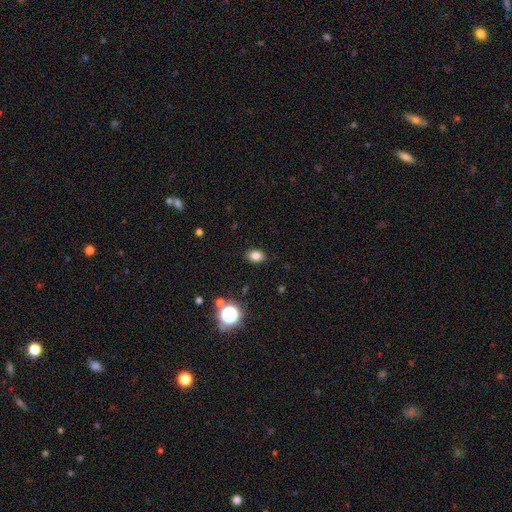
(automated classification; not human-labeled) Q: Smooth or featured?
A: smooth (82%); runner-up: star or artifact (13%)
Q: How rounded?
A: in between (76%); runner-up: round (23%)
Q: Merging?
A: none (87%); runner-up: minor disturbance (9%)